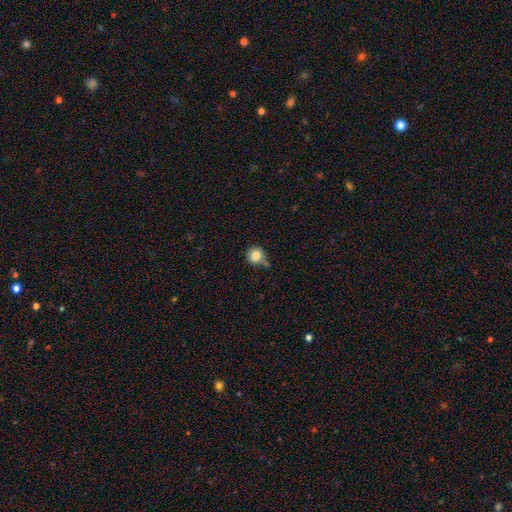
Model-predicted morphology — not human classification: A smooth galaxy with no disk features (82%) that is round (89%). Merging: none (63%).